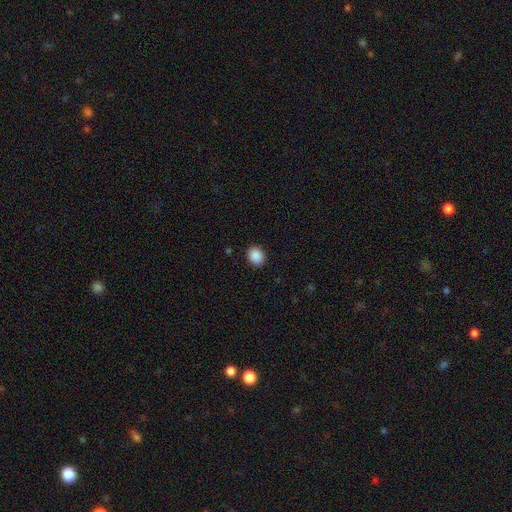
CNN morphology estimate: Smooth or featured? Predicted: smooth (p=0.90). How rounded? Predicted: round (p=0.55). Merging? Predicted: none (p=0.91).